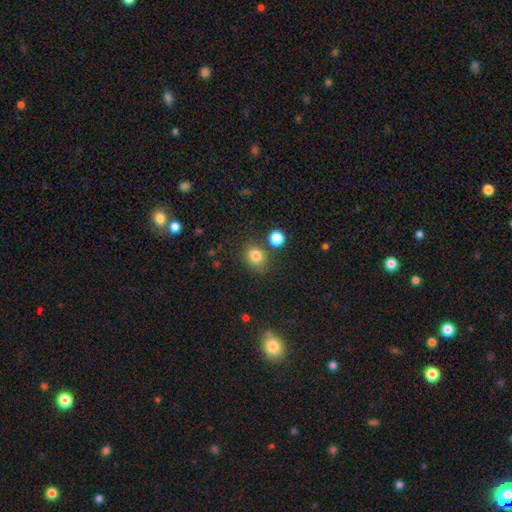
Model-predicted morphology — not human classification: Smooth or featured? smooth (81%)
How rounded? round (72%)
Merging? none (74%)